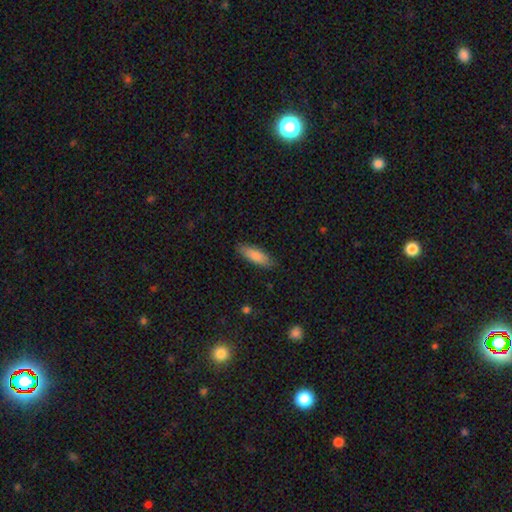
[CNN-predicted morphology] smooth 83%, featured or disk 11%, star or artifact 6%. Down the decision tree: how rounded — in between (59%); merging — none (86%).